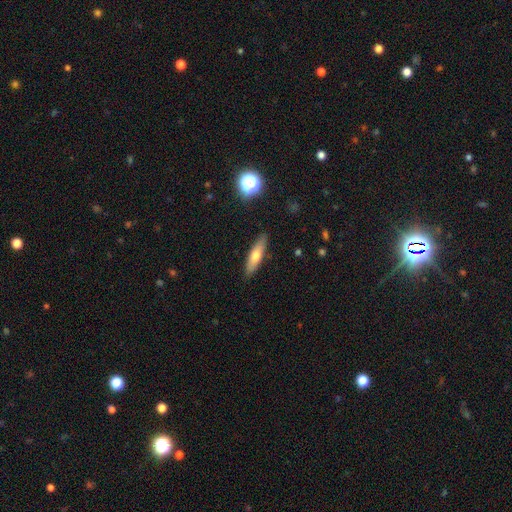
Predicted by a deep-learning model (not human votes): Overall: smooth (59%; featured or disk 34%). How rounded: cigar-shaped (65%; in between 33%). Merging: none (87%).